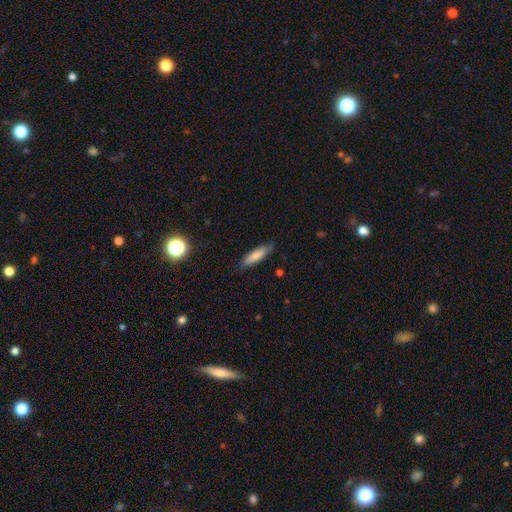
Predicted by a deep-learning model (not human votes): A smooth galaxy with no disk features (80%) that is cigar-shaped (65%).

Vote fractions:
- Smooth or featured? smooth: 80% / featured or disk: 14% / star or artifact: 6%
- How rounded? cigar-shaped: 65% / in between: 33% / round: 1%
- Merging? none: 79% / minor disturbance: 17% / major disturbance: 3% / merger: 1%